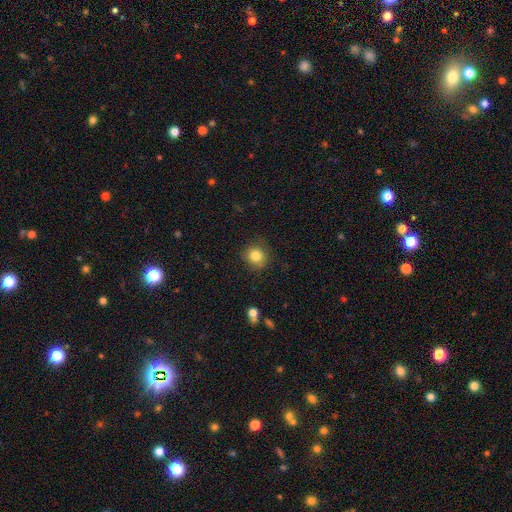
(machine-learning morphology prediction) The model was most divided on "smooth or featured": smooth: 83%, star or artifact: 11%, featured or disk: 6%. More confident: how rounded — round (88%); merging — none (85%).